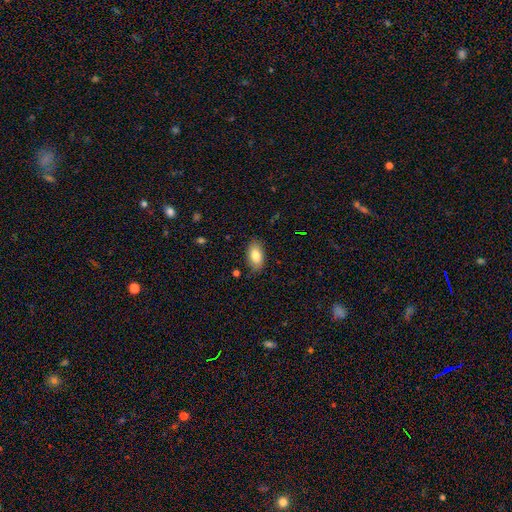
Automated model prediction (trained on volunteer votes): This appears to be a smooth galaxy with no disk features (83%) that is in between round and cigar-shaped (93%). Merging: none (85%).